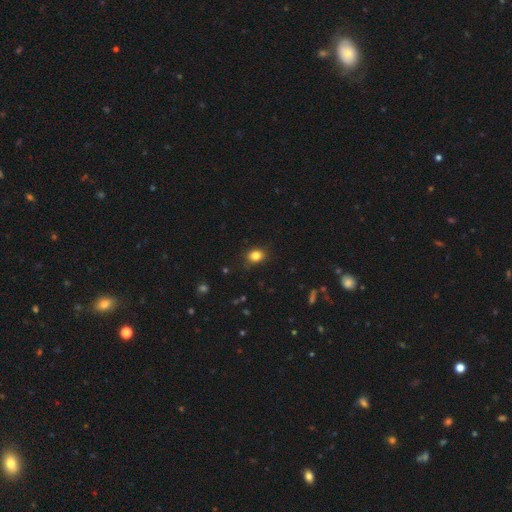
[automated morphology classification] type=smooth (83%); roundness=round (54%); merging=none (84%).